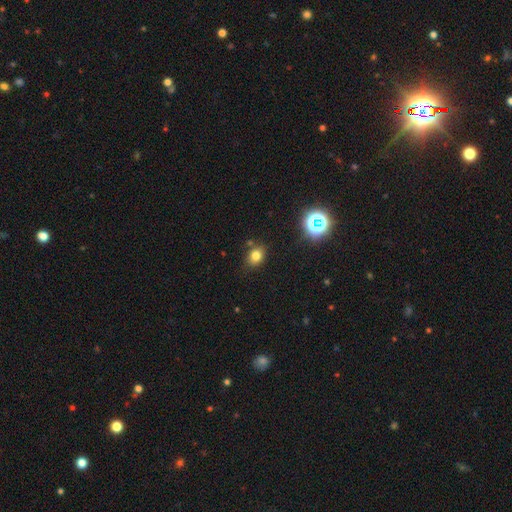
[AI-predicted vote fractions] A smooth galaxy with no disk features (76%) that is in between round and cigar-shaped (53%). Merging: none (79%).